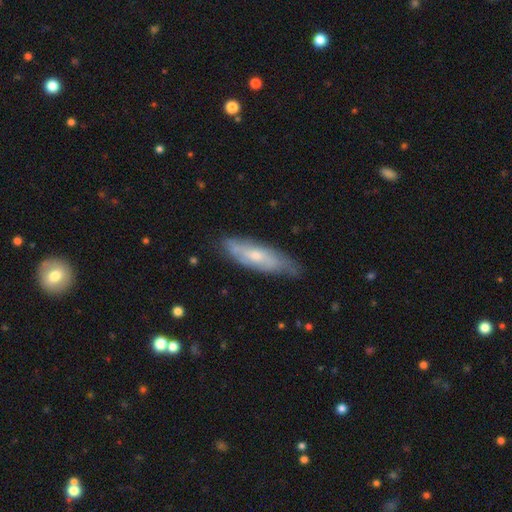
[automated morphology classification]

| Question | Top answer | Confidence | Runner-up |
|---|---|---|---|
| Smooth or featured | featured or disk | 51% | smooth (43%) |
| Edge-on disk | no | 67% | yes (33%) |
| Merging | none | 67% | minor disturbance (26%) |